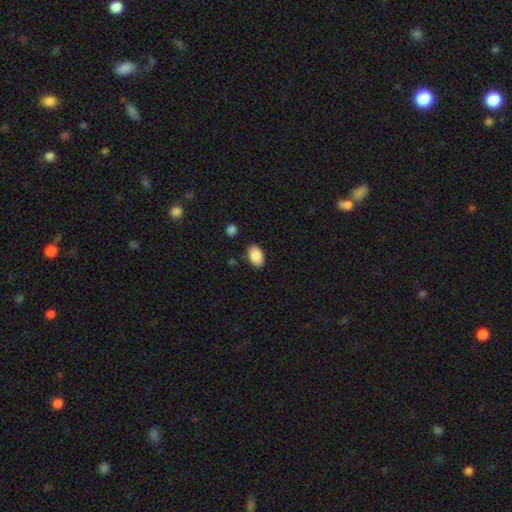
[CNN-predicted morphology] type=smooth (89%); roundness=in between (92%); merging=none (85%).